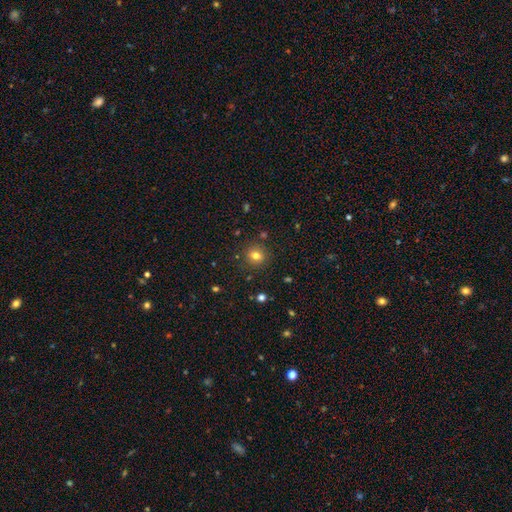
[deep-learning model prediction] The model was most divided on "smooth or featured": smooth: 75%, star or artifact: 16%, featured or disk: 9%. More confident: merging — none (87%); how rounded — round (87%).